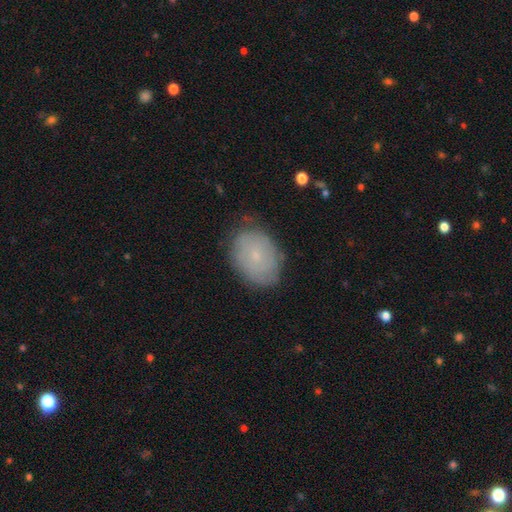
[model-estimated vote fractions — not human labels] Morphology: type=smooth (59%); roundness=in between (70%); merging=none (75%).